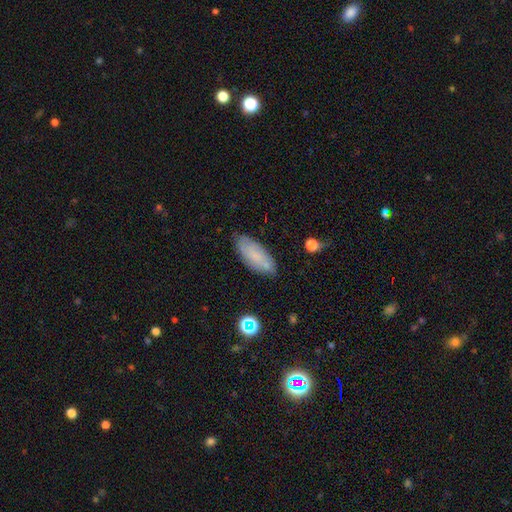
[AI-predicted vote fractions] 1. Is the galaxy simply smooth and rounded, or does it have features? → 66% smooth, 26% featured or disk, 9% star or artifact.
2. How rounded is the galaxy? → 80% in between, 18% cigar-shaped, 2% round.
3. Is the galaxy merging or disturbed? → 75% none, 18% minor disturbance, 4% major disturbance, 3% merger.